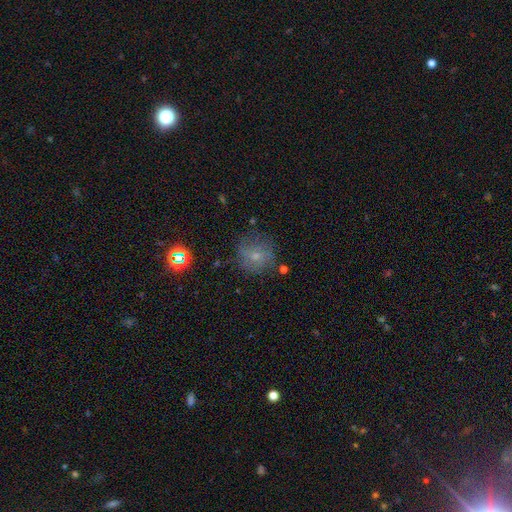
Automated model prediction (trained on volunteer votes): smooth-or-featured: smooth: 55% | featured or disk: 26% | star or artifact: 19%
  how-rounded: round: 87% | in between: 12% | cigar-shaped: 1%
  merging: none: 68% | minor disturbance: 19% | major disturbance: 10% | merger: 3%